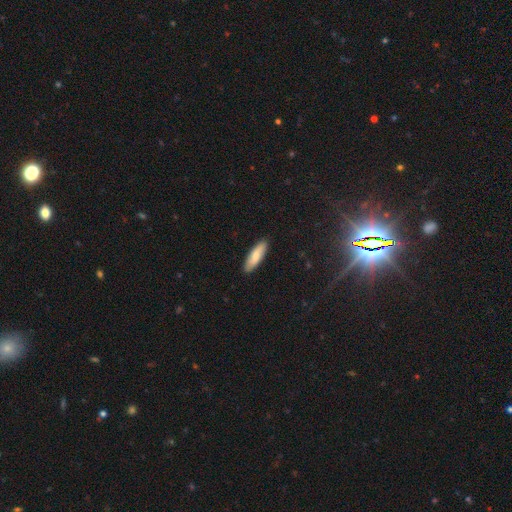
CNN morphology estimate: smooth-or-featured: smooth: 78% | featured or disk: 16% | star or artifact: 5%
  how-rounded: cigar-shaped: 56% | in between: 43% | round: 2%
  merging: none: 89% | minor disturbance: 9% | major disturbance: 2% | merger: 1%